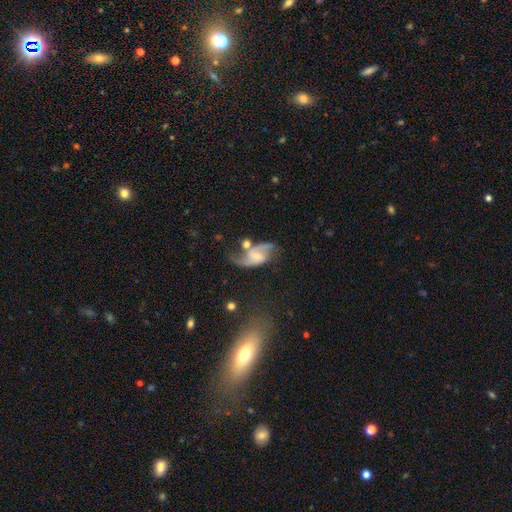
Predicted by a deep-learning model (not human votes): A featured or disk galaxy (83%) with a weak bar (44%), 2 (90%) loose (56%) spiral arms (95%) and a small central bulge (37%).

Vote fractions:
- Smooth or featured? featured or disk: 83% / smooth: 10% / star or artifact: 7%
- Edge-on disk? no: 97% / yes: 3%
- Bar? weak: 44% / no: 41% / strong: 15%
- Spiral arms? yes: 95% / no: 5%
- Spiral winding? loose: 56% / medium: 35% / tight: 9%
- Spiral arm count? 2: 90% / 1: 4% / can't tell: 3% / 3: 1% / 4: 1% / more than 4: 1%
- Bulge size? small: 37% / moderate: 27% / none: 26% / large: 8% / dominant: 2%
- Merging? none: 46% / minor disturbance: 20% / major disturbance: 17% / merger: 17%